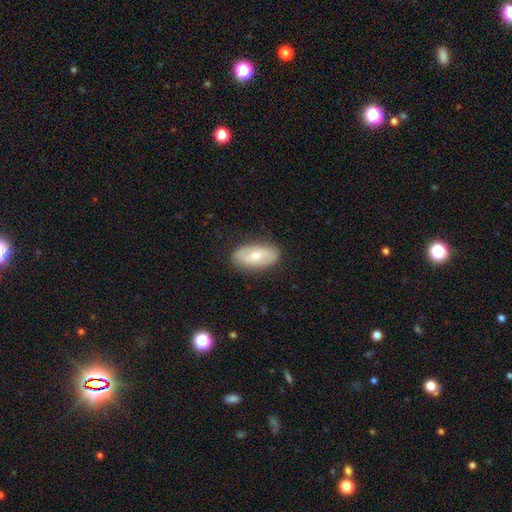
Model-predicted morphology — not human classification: Smooth or featured? Predicted: smooth (p=0.53). How rounded? Predicted: in between (p=0.92). Merging? Predicted: none (p=0.85).